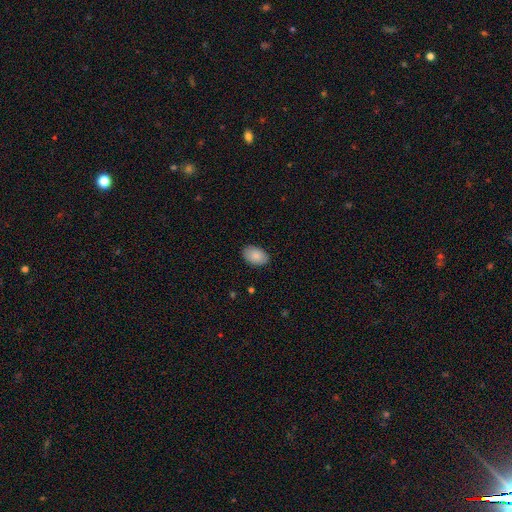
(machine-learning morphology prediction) Smooth or featured?
  - smooth: 87% *
  - featured or disk: 7%
  - star or artifact: 6%
How rounded?
  - in between: 90% *
  - round: 9%
  - cigar-shaped: 1%
Merging?
  - none: 88% *
  - minor disturbance: 10%
  - major disturbance: 2%
  - merger: 1%